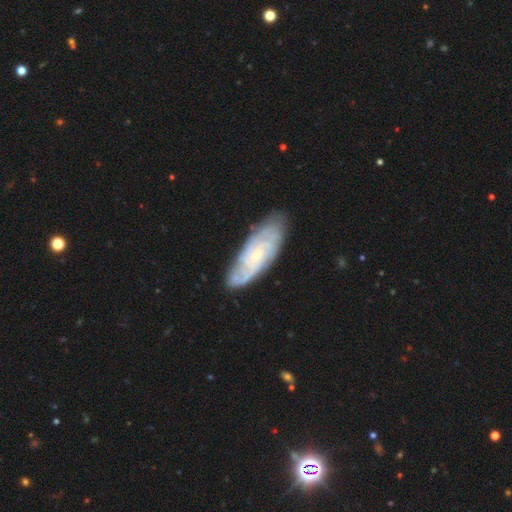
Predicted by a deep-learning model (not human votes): Smooth or featured? Predicted: featured or disk (p=0.78). Edge-on disk? Predicted: no (p=0.89). Bar? Predicted: no (p=0.68). Spiral arms? Predicted: yes (p=0.95). Spiral winding? Predicted: tight (p=0.66). Spiral arm count? Predicted: can't tell (p=0.38). Bulge size? Predicted: small (p=0.72). Merging? Predicted: none (p=0.79).